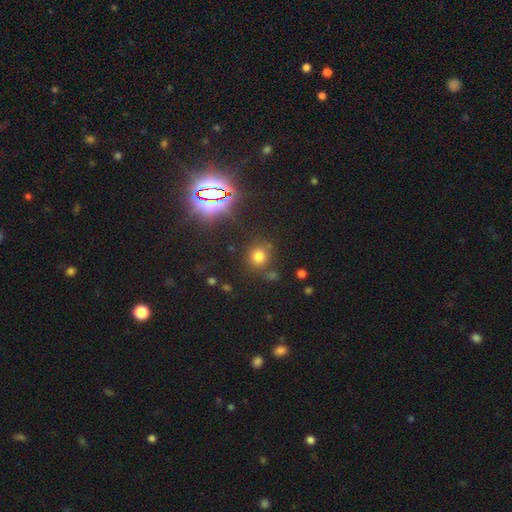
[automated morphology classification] The model was most divided on "smooth or featured": smooth: 58%, star or artifact: 34%, featured or disk: 8%. More confident: how rounded — round (87%); merging — none (82%).